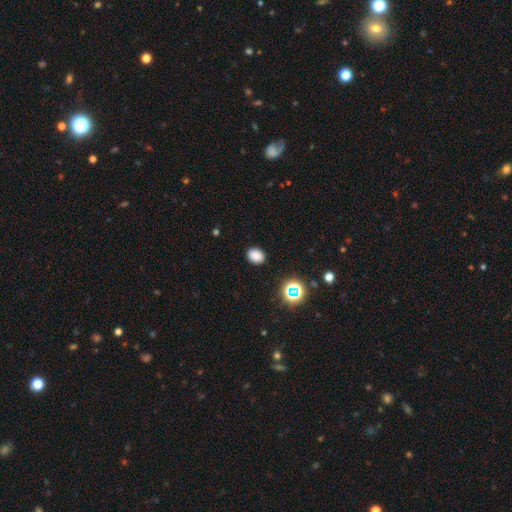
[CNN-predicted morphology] Q: Smooth or featured?
A: smooth (82%); runner-up: star or artifact (14%)
Q: How rounded?
A: in between (55%); runner-up: round (44%)
Q: Merging?
A: none (89%); runner-up: minor disturbance (7%)